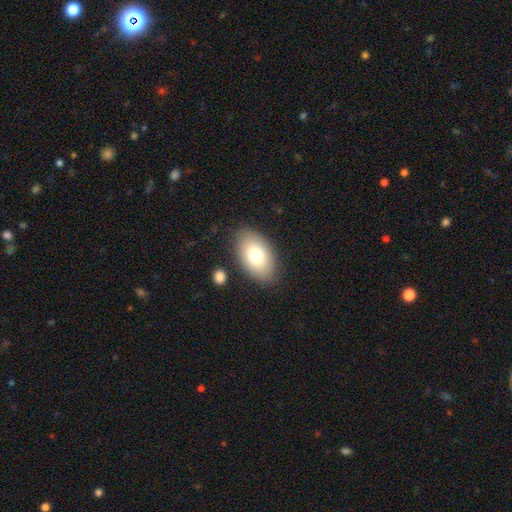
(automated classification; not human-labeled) Smooth or featured? Predicted: smooth (p=0.76). How rounded? Predicted: in between (p=0.92). Merging? Predicted: none (p=0.84).